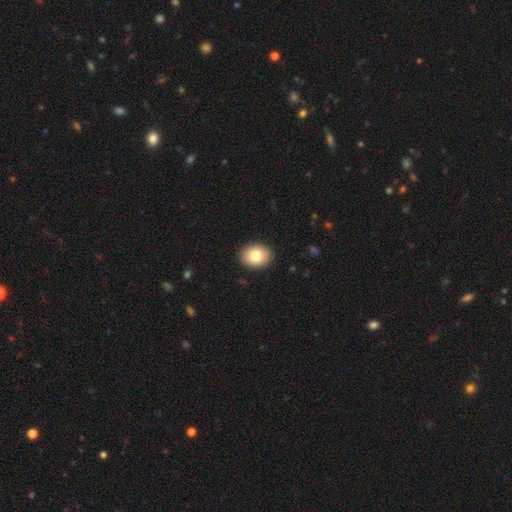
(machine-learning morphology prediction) A smooth galaxy with no disk features (83%) that is in between round and cigar-shaped (60%). Merging: none (91%).